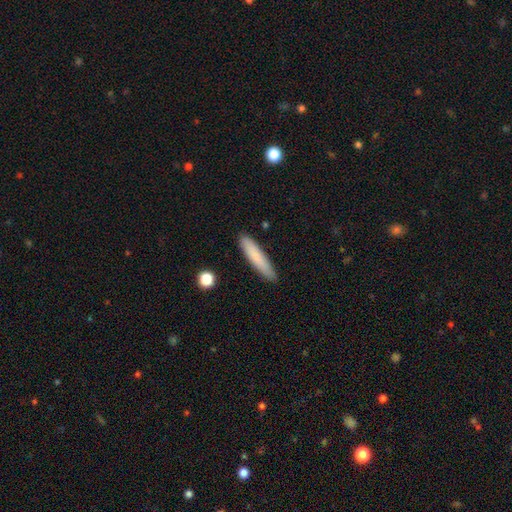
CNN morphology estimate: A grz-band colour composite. It shows a smooth galaxy with no disk features (82%) that is cigar-shaped (89%). Merging: none (87%).